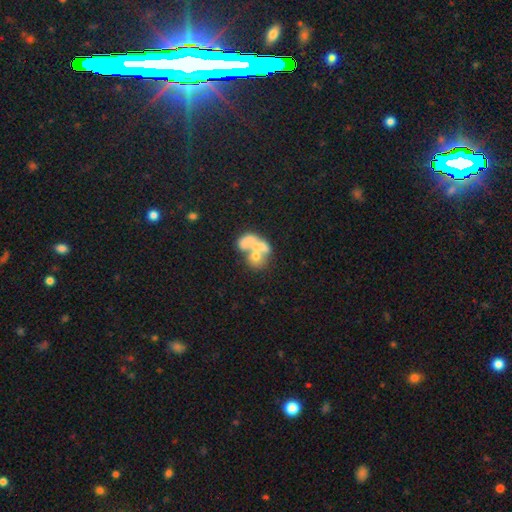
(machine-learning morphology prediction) Smooth or featured?
  - featured or disk: 46% *
  - smooth: 43%
  - star or artifact: 11%
Merging?
  - merger: 61% *
  - none: 16%
  - major disturbance: 14%
  - minor disturbance: 8%